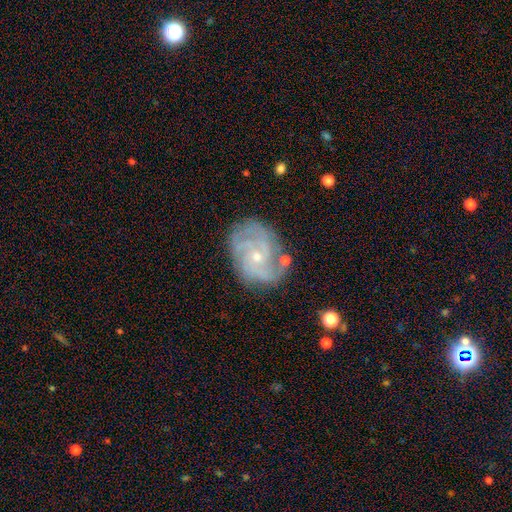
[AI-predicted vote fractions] A featured or disk galaxy (75%) with no bar (67%), tight (51%) spiral arms (92%) and a small central bulge (70%). Merging: none (72%).